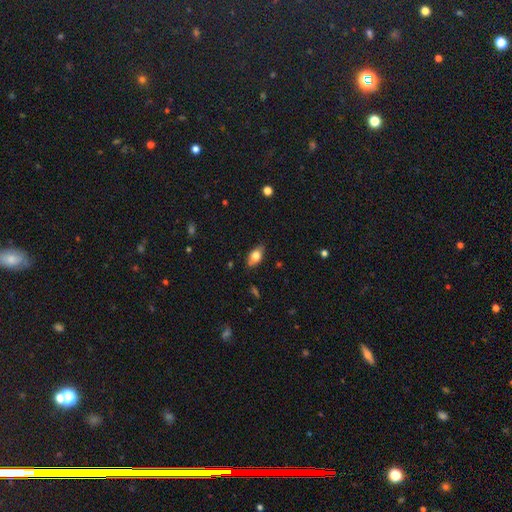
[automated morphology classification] smooth_or_featured: smooth (p=0.75) [alt: featured or disk p=0.17]
how_rounded: in between (p=0.88) [alt: round p=0.07]
merging: none (p=0.80) [alt: minor disturbance p=0.16]